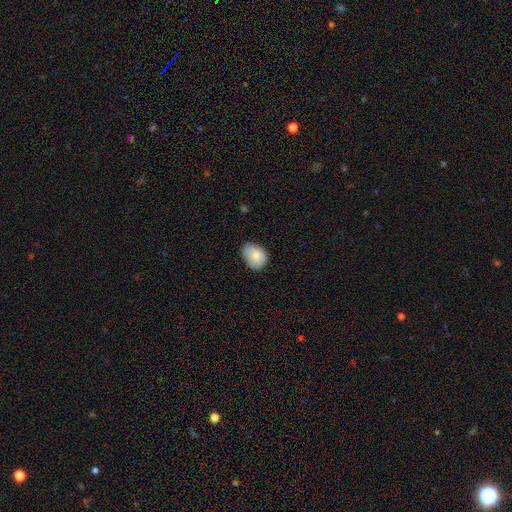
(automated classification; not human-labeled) Smooth or featured? Predicted: smooth (p=0.82). How rounded? Predicted: in between (p=0.62). Merging? Predicted: none (p=0.60).